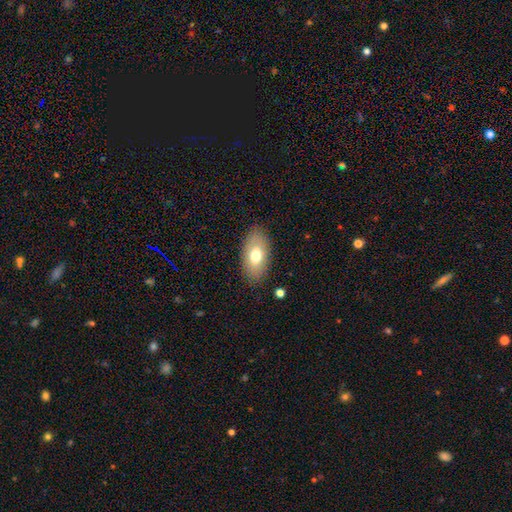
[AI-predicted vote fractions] A smooth galaxy with no disk features (70%) that is in between round and cigar-shaped (92%).

Vote fractions:
- Smooth or featured? smooth: 70% / featured or disk: 23% / star or artifact: 7%
- How rounded? in between: 92% / round: 5% / cigar-shaped: 4%
- Merging? none: 85% / minor disturbance: 11% / major disturbance: 3% / merger: 1%